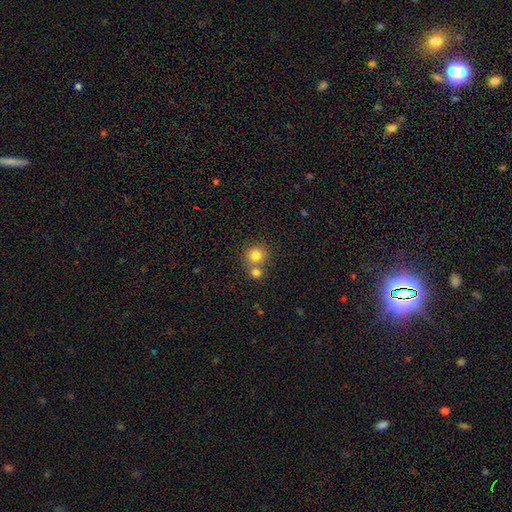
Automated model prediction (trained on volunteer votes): smooth_or_featured: smooth (p=0.81) [alt: star or artifact p=0.11]
how_rounded: round (p=0.89) [alt: in between p=0.10]
merging: none (p=0.55) [alt: merger p=0.35]